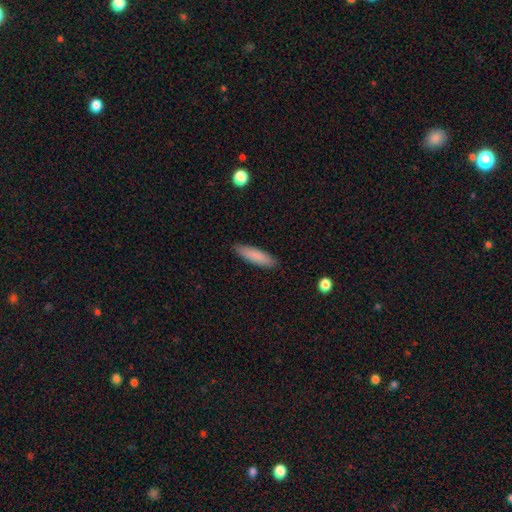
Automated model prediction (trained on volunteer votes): A smooth galaxy with no disk features (85%) that is cigar-shaped (72%). Merging: none (88%).